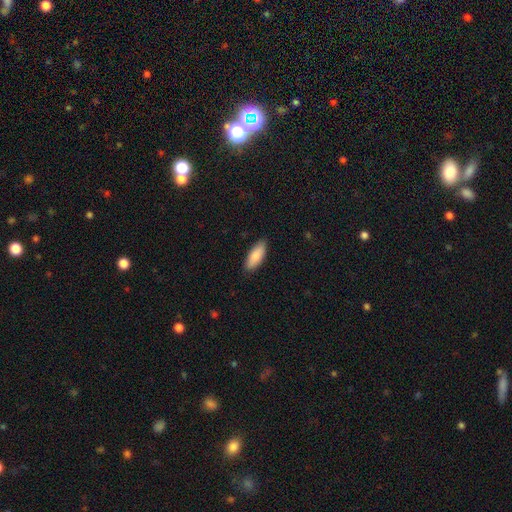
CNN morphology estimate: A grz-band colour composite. It shows a smooth galaxy with no disk features (87%) that is in between round and cigar-shaped (78%). Merging: none (87%).